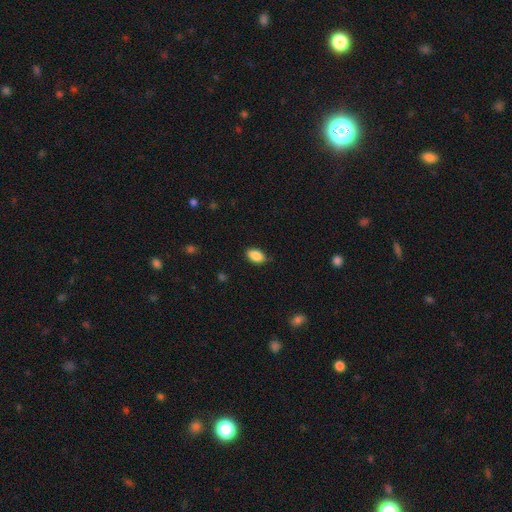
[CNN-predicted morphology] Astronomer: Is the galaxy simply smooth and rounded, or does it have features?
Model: smooth — 88%.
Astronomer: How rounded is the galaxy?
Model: in between — 91%.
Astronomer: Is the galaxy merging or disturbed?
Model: none — 81%.